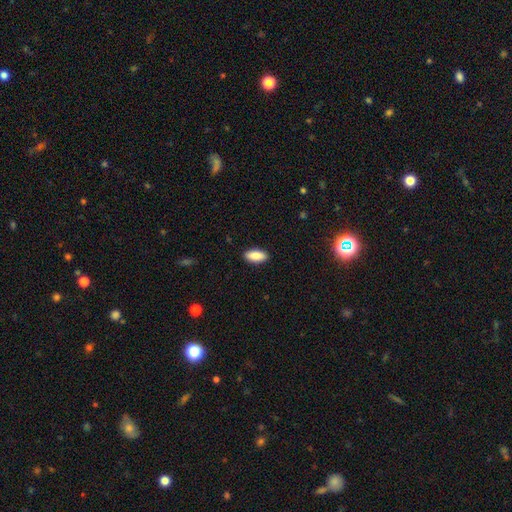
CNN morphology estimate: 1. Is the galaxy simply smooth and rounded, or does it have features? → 87% smooth, 7% featured or disk, 6% star or artifact.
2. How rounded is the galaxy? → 87% in between, 11% cigar-shaped, 2% round.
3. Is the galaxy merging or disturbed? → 90% none, 7% minor disturbance, 2% major disturbance, 1% merger.